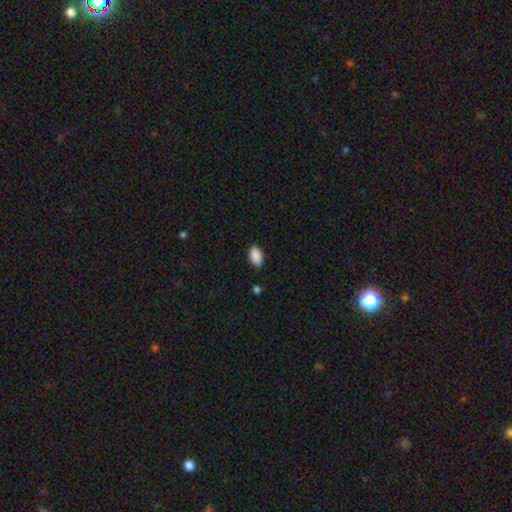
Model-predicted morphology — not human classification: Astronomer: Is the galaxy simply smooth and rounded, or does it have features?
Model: smooth — 90%.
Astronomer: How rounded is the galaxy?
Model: in between — 92%.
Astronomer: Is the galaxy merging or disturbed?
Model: none — 86%.